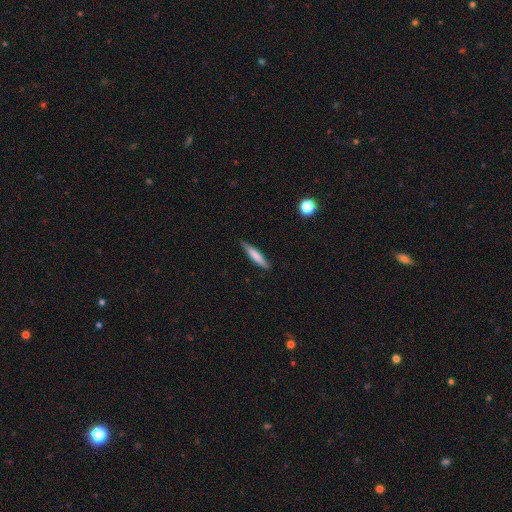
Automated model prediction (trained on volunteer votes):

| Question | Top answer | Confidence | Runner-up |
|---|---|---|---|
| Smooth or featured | smooth | 70% | featured or disk (24%) |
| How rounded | cigar-shaped | 91% | in between (8%) |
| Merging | none | 84% | minor disturbance (13%) |